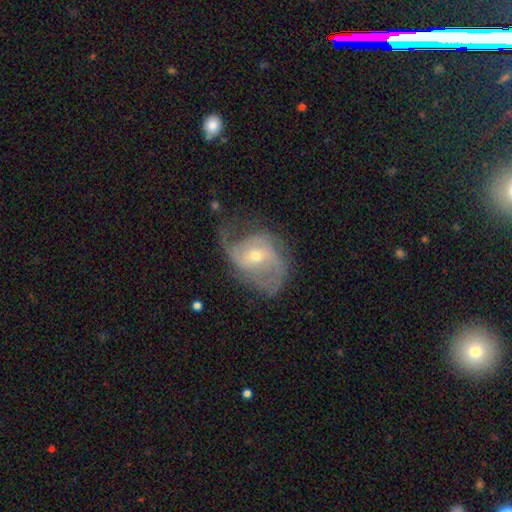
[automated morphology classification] Smooth or featured? featured or disk (81%)
Edge-on disk? no (97%)
Bar? no (43%)
Spiral arms? yes (92%)
Spiral winding? medium (44%)
Spiral arm count? 2 (68%)
Bulge size? small (56%)
Merging? none (49%)